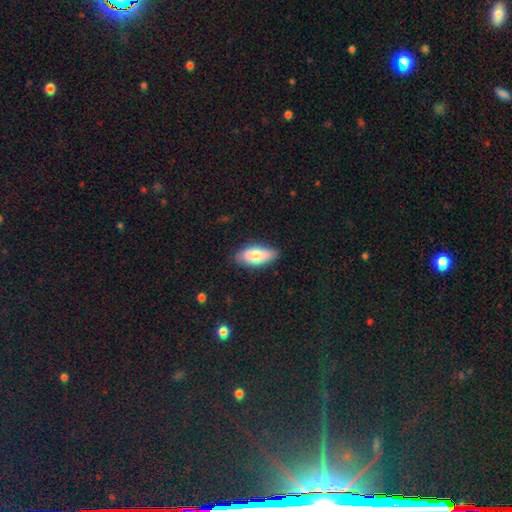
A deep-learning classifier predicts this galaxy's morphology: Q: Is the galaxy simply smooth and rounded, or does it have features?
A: smooth — 75%.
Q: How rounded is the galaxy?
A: in between — 88%.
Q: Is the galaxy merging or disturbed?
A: none — 81%.